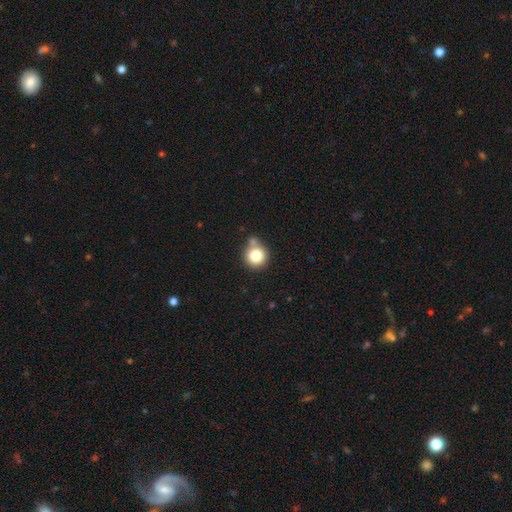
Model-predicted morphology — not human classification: Q: Smooth or featured?
A: smooth (80%); runner-up: star or artifact (11%)
Q: How rounded?
A: round (93%); runner-up: in between (7%)
Q: Merging?
A: none (65%); runner-up: merger (18%)